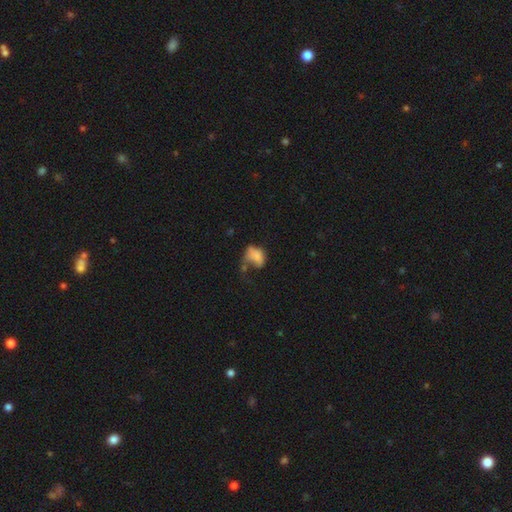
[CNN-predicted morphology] smooth-or-featured: smooth: 71% | featured or disk: 18% | star or artifact: 11%
  how-rounded: in between: 79% | round: 19% | cigar-shaped: 2%
  merging: major disturbance: 43% | minor disturbance: 23% | none: 21% | merger: 14%